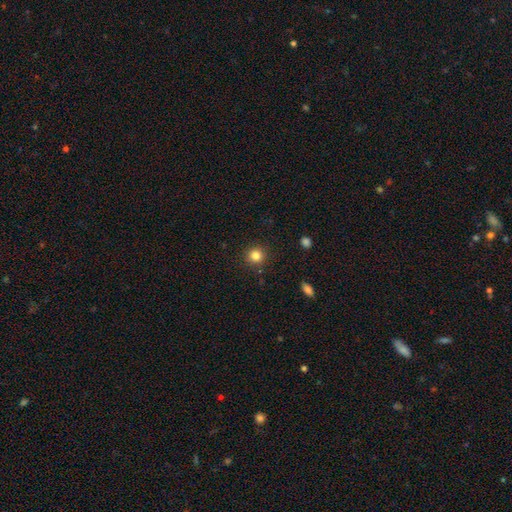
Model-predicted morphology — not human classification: Q: Smooth or featured?
A: smooth (83%); runner-up: star or artifact (12%)
Q: How rounded?
A: round (94%); runner-up: in between (5%)
Q: Merging?
A: none (90%); runner-up: minor disturbance (6%)